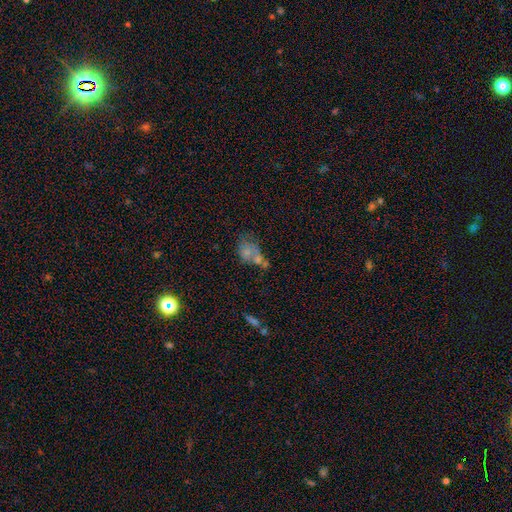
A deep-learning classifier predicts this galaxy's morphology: Smooth or featured?
  - smooth: 54% *
  - featured or disk: 27%
  - star or artifact: 19%
How rounded?
  - in between: 59% *
  - round: 38%
  - cigar-shaped: 3%
Merging?
  - merger: 42% *
  - none: 28%
  - minor disturbance: 15%
  - major disturbance: 15%